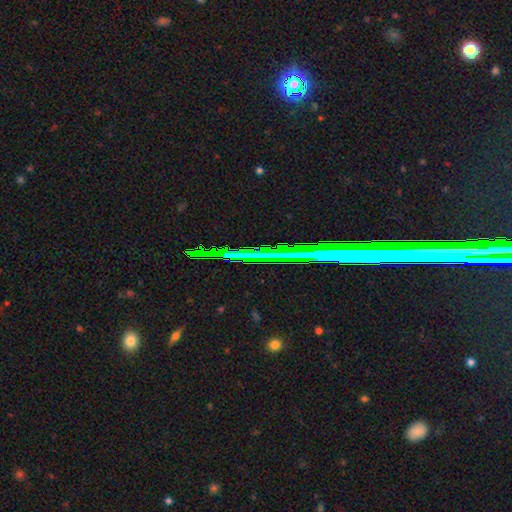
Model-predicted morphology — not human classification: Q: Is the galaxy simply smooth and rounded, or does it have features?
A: star or artifact — 73%.